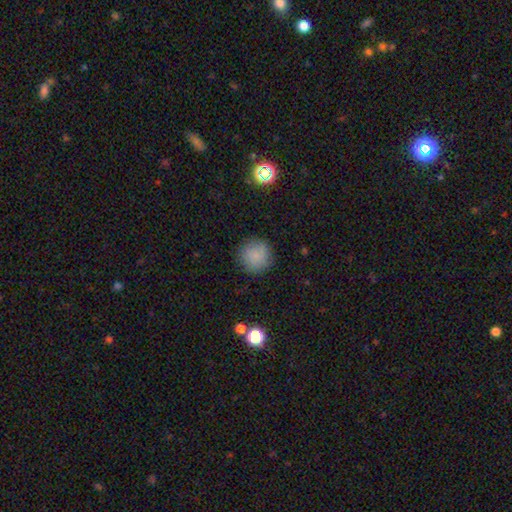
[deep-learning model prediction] Smooth or featured? smooth (84%)
How rounded? round (94%)
Merging? none (86%)